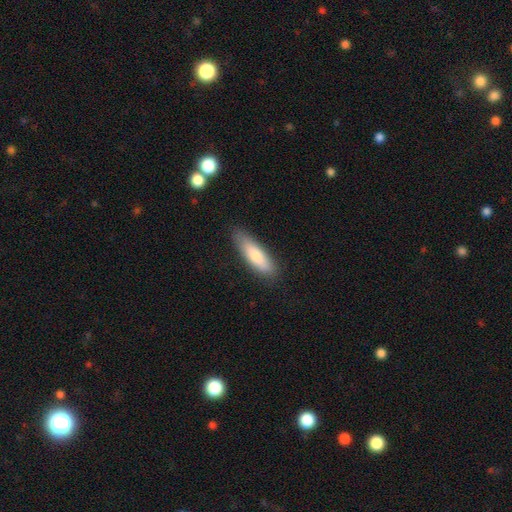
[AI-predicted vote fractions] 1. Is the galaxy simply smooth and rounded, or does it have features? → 74% smooth, 20% featured or disk, 7% star or artifact.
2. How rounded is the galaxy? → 61% cigar-shaped, 37% in between, 2% round.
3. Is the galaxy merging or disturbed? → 83% none, 13% minor disturbance, 2% major disturbance, 2% merger.